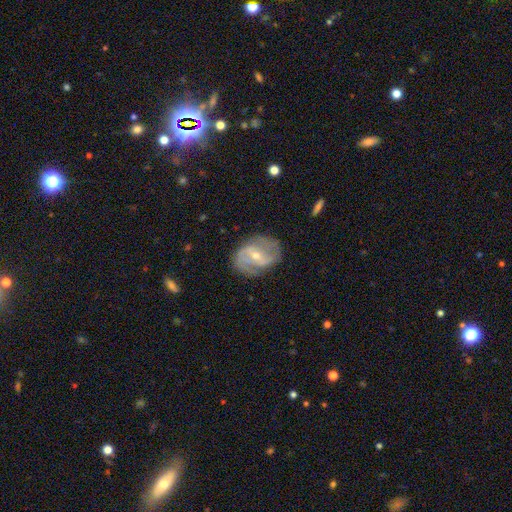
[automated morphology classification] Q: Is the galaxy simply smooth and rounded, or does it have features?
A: featured or disk — 80%.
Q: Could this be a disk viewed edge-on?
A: no — 96%.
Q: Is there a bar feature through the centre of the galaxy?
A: weak — 45%.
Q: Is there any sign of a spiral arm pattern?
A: yes — 89%.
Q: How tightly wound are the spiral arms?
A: medium — 41%.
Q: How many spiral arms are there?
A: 2 — 77%.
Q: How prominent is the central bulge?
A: small — 61%.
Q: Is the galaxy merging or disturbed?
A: none — 73%.